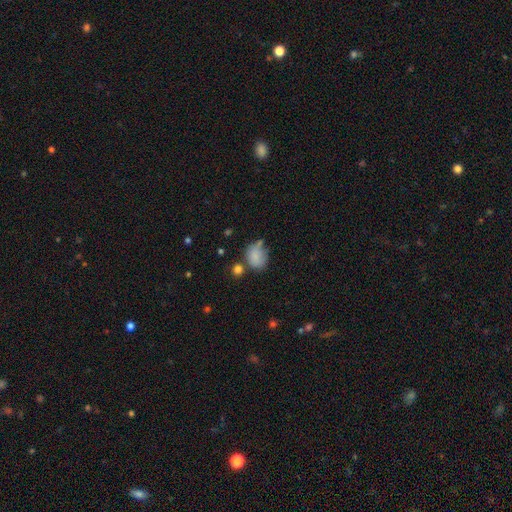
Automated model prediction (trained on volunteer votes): Smooth or featured?
  - smooth: 80% *
  - star or artifact: 10%
  - featured or disk: 10%
How rounded?
  - in between: 56% *
  - round: 43%
  - cigar-shaped: 1%
Merging?
  - none: 48% *
  - minor disturbance: 28%
  - merger: 14%
  - major disturbance: 11%